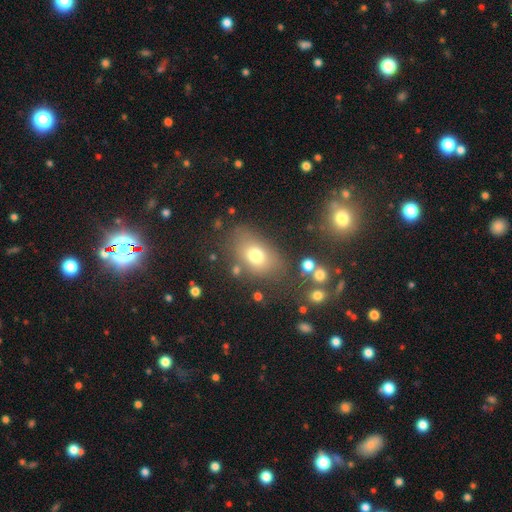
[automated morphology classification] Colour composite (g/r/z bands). It shows a smooth galaxy with no disk features (72%) that is in between round and cigar-shaped (75%). Merging: none (70%).